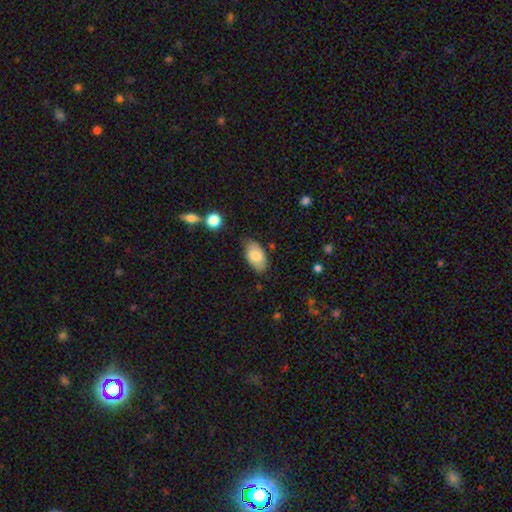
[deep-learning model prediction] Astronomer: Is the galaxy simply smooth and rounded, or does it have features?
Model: smooth — 77%.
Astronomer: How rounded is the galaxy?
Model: in between — 94%.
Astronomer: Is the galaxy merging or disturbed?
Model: none — 76%.